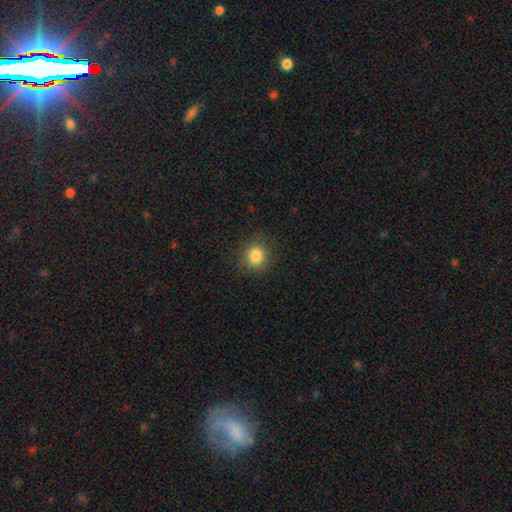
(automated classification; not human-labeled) Smooth or featured?
  - smooth: 84% *
  - star or artifact: 11%
  - featured or disk: 5%
How rounded?
  - round: 79% *
  - in between: 20%
  - cigar-shaped: 1%
Merging?
  - none: 86% *
  - minor disturbance: 10%
  - major disturbance: 3%
  - merger: 1%